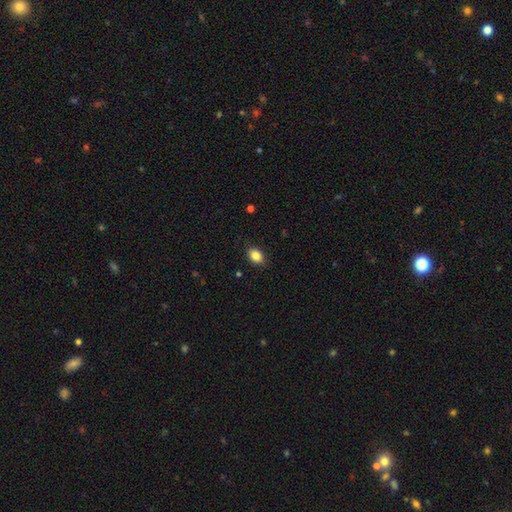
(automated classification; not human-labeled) Smooth or featured?
  - smooth: 85% *
  - star or artifact: 9%
  - featured or disk: 6%
How rounded?
  - in between: 78% *
  - round: 21%
  - cigar-shaped: 1%
Merging?
  - none: 85% *
  - minor disturbance: 12%
  - major disturbance: 2%
  - merger: 1%